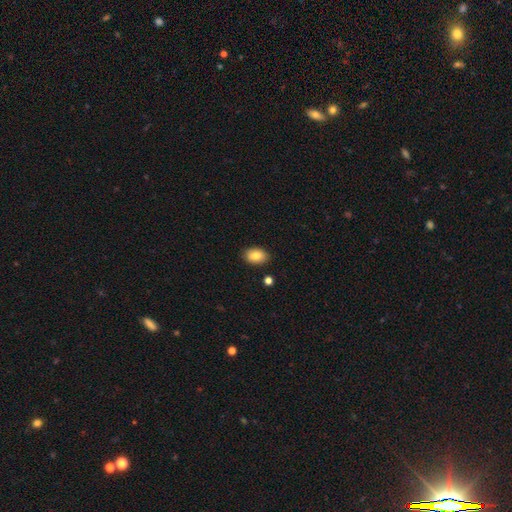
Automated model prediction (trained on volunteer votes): Overall: smooth (84%). How rounded: in between (85%). Merging: none (87%).